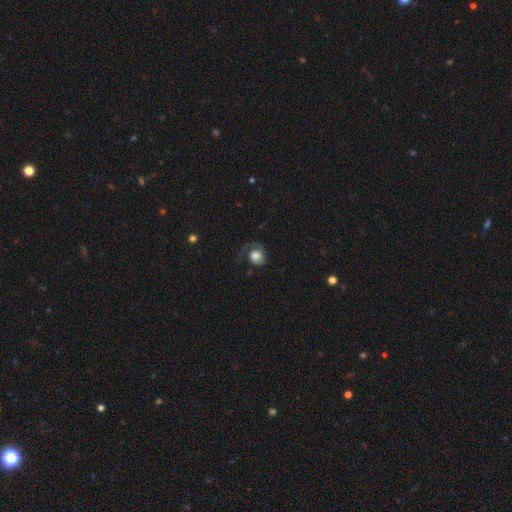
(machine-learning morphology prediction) Q: Smooth or featured?
A: smooth (50%); runner-up: featured or disk (42%)
Q: Merging?
A: none (40%); runner-up: major disturbance (36%)